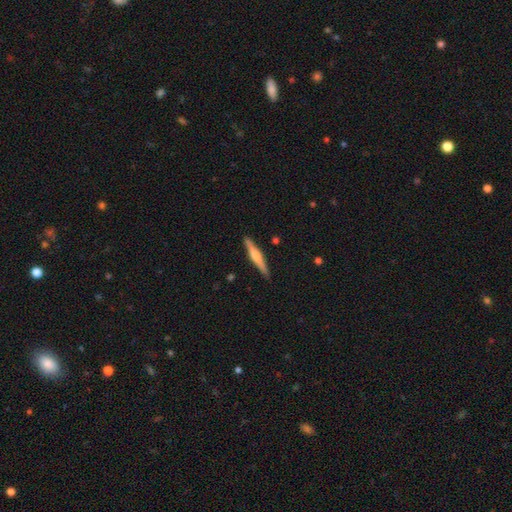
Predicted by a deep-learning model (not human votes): A featured or disk galaxy (58%) viewed edge-on (98%) with a rounded central bulge (70%).

Vote fractions:
- Smooth or featured? featured or disk: 58% / smooth: 37% / star or artifact: 5%
- Edge-on disk? yes: 98% / no: 2%
- Edge-on bulge? rounded: 70% / boxy: 19% / none: 11%
- Merging? none: 90% / minor disturbance: 8% / major disturbance: 1% / merger: 1%